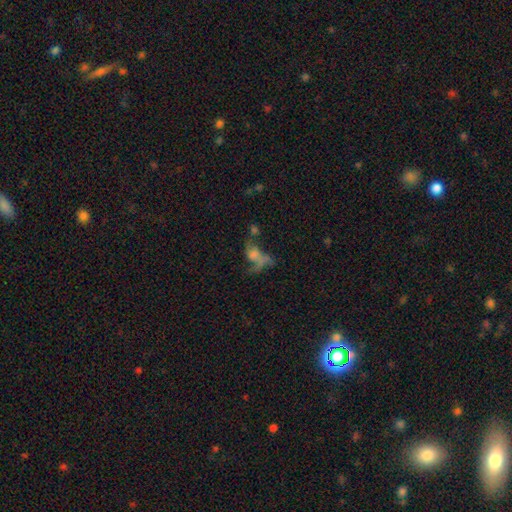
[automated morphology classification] Smooth or featured: smooth — 45% (featured or disk — 38%)
Merging: major disturbance — 38% (merger — 30%)